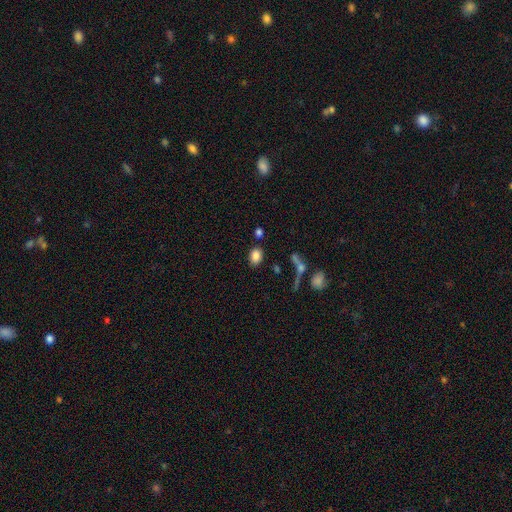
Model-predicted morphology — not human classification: The model was most divided on "how rounded": in between: 75%, round: 23%, cigar-shaped: 2%. More confident: smooth or featured — smooth (84%); merging — none (79%).